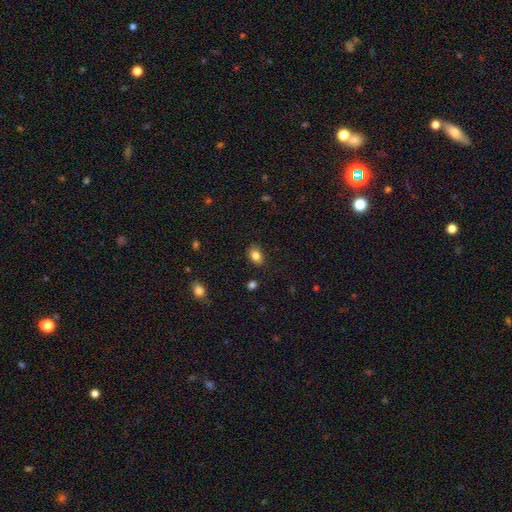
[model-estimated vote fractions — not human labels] smooth_or_featured: smooth (p=0.84) [alt: star or artifact p=0.09]
how_rounded: in between (p=0.80) [alt: round p=0.19]
merging: none (p=0.84) [alt: minor disturbance p=0.12]